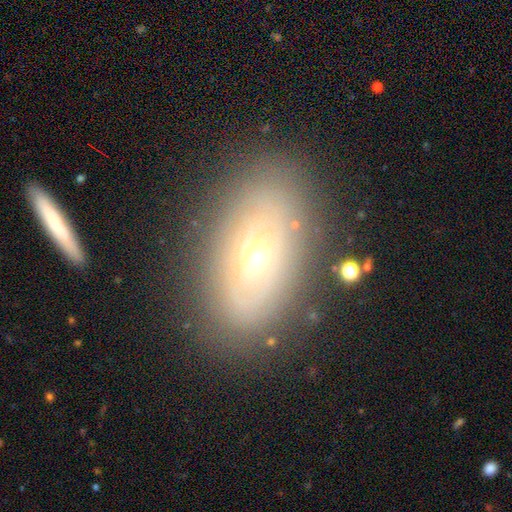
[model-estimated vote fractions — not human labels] This appears to be a featured or disk galaxy (47%). Merging: none (80%).